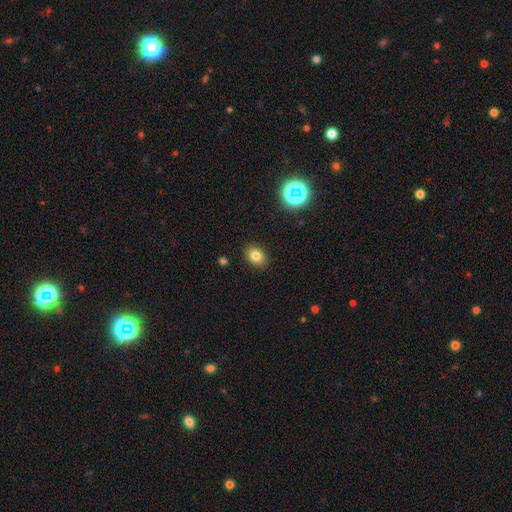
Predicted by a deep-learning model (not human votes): Overall: smooth (78%). How rounded: in between (60%; round 39%). Merging: none (89%).